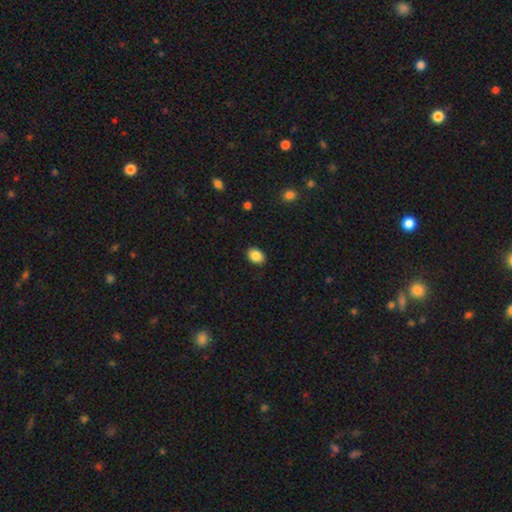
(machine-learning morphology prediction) A smooth galaxy with no disk features (87%) that is in between round and cigar-shaped (71%).

Vote fractions:
- Smooth or featured? smooth: 87% / star or artifact: 8% / featured or disk: 5%
- How rounded? in between: 71% / round: 28% / cigar-shaped: 1%
- Merging? none: 89% / minor disturbance: 8% / major disturbance: 2% / merger: 1%